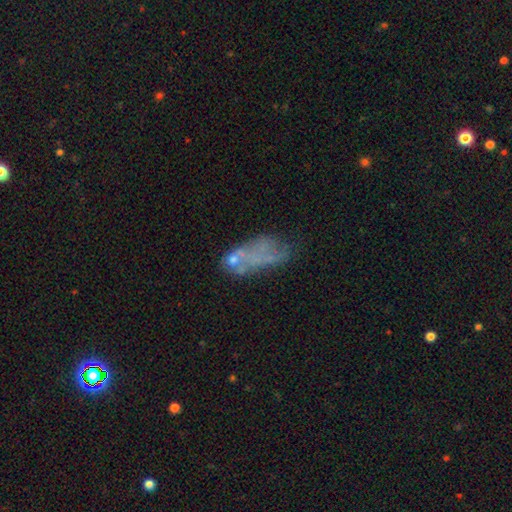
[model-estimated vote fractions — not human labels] The model was most divided on "merging": none: 33%, major disturbance: 28%, minor disturbance: 21%, merger: 18%. Remaining: smooth or featured — featured or disk (47%).